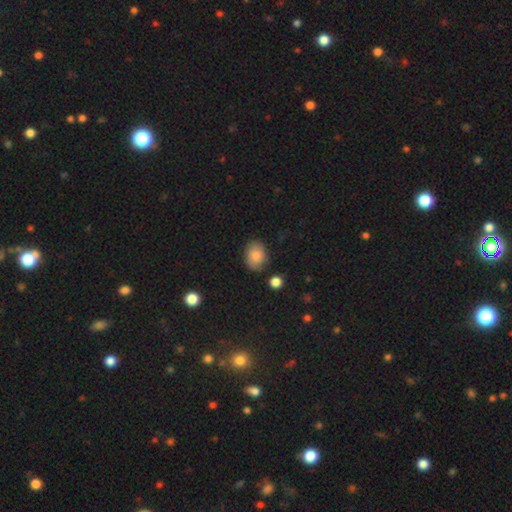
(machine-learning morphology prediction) This is clearly a smooth galaxy (85%). How rounded: likely in between (70%). Merging: likely none (80%).